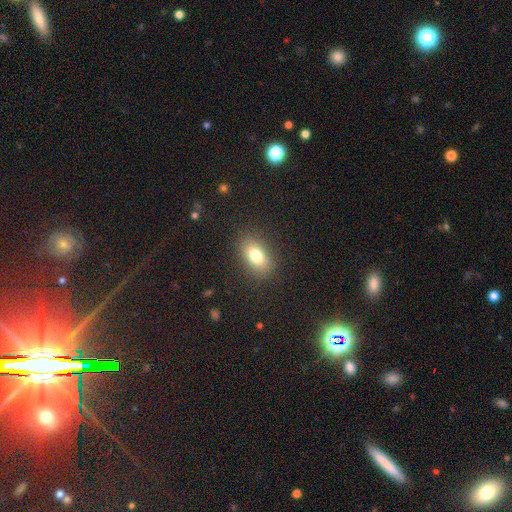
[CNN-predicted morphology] This is likely a smooth galaxy (77%). How rounded: clearly in between (83%). Merging: clearly none (87%).